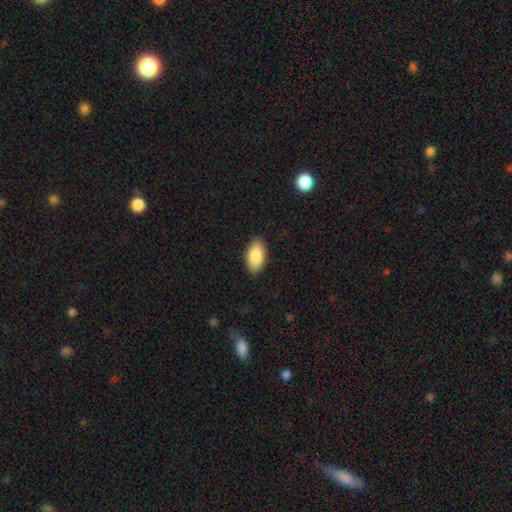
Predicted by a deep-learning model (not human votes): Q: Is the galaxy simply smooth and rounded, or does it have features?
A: smooth — 88%.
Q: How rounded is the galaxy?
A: in between — 95%.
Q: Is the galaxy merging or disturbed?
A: none — 88%.